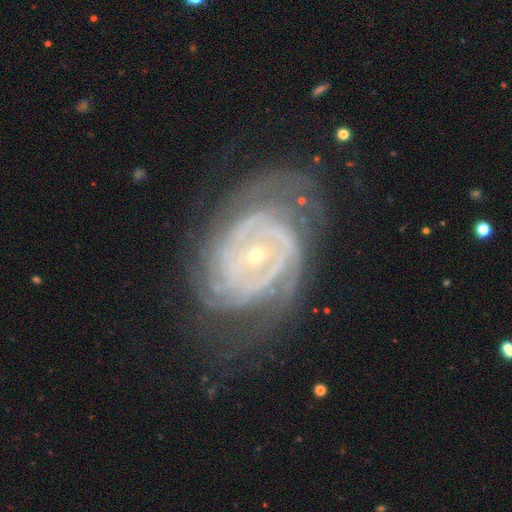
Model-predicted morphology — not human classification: Smooth or featured?
  - featured or disk: 89% *
  - star or artifact: 6%
  - smooth: 5%
Edge-on disk?
  - no: 97% *
  - yes: 3%
Bar?
  - no: 66% *
  - weak: 23%
  - strong: 11%
Spiral arms?
  - yes: 96% *
  - no: 4%
Spiral winding?
  - tight: 75% *
  - medium: 21%
  - loose: 4%
Spiral arm count?
  - can't tell: 29% *
  - 2: 24%
  - 3: 17%
  - 4: 14%
  - more than 4: 9%
  - 1: 7%
Bulge size?
  - small: 77% *
  - moderate: 20%
  - large: 1%
  - none: 1%
  - dominant: 1%
Merging?
  - none: 65% *
  - minor disturbance: 21%
  - major disturbance: 13%
  - merger: 2%